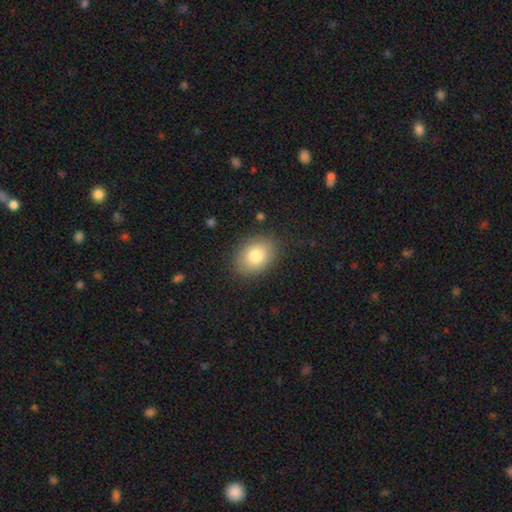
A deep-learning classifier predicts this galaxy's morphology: Smooth or featured? smooth (81%)
How rounded? in between (71%)
Merging? none (85%)